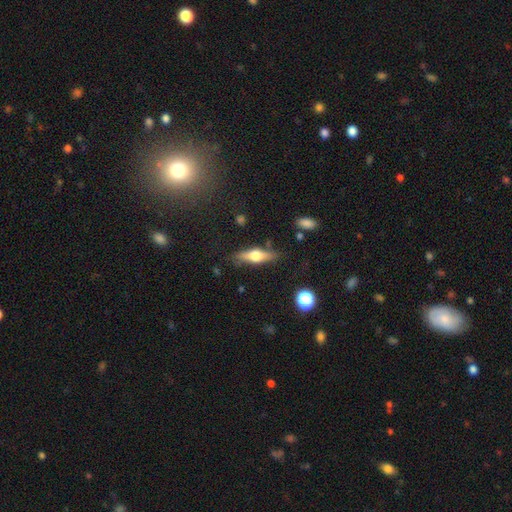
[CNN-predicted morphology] Smooth or featured? featured or disk (53%)
Edge-on disk? yes (92%)
Merging? none (81%)